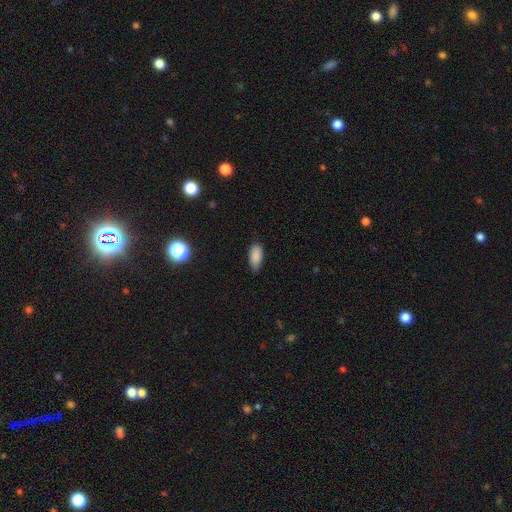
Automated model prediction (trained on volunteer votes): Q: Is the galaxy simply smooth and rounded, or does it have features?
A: smooth — 88%.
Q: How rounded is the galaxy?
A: in between — 89%.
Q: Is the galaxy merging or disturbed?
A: none — 75%.